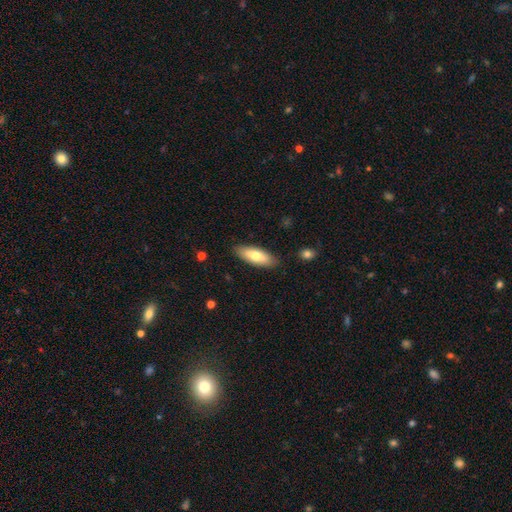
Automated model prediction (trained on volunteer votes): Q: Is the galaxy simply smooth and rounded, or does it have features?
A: smooth — 72%.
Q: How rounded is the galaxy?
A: in between — 65%.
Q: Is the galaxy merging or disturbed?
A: none — 87%.